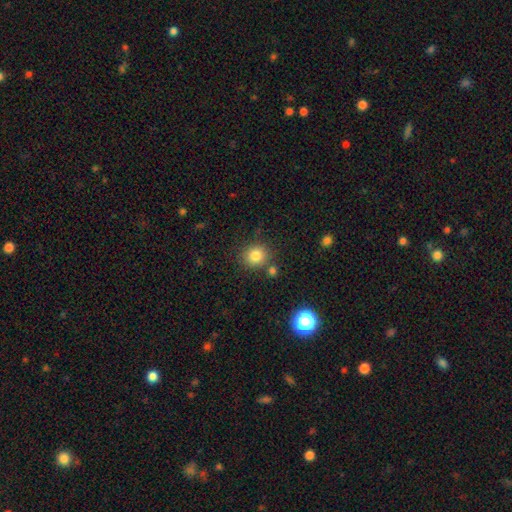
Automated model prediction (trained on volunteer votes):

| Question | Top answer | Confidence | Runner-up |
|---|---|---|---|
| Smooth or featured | smooth | 82% | star or artifact (11%) |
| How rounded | round | 83% | in between (16%) |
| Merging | none | 78% | minor disturbance (10%) |